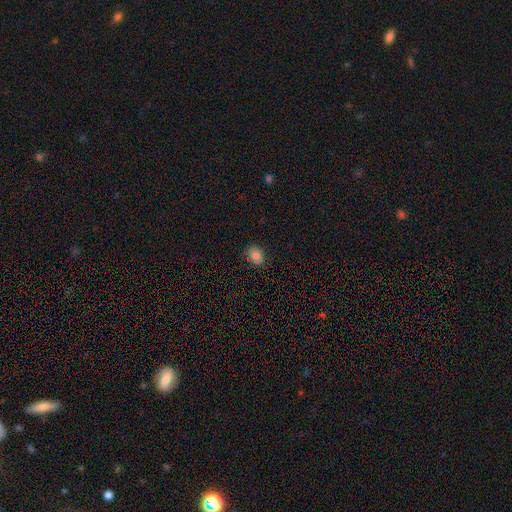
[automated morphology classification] type=smooth (83%); roundness=in between (57%); merging=none (85%).